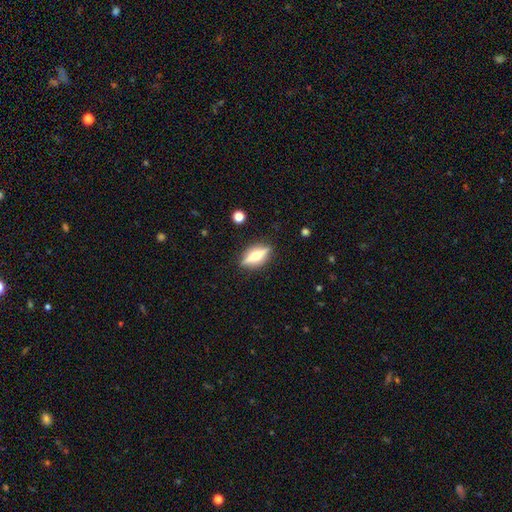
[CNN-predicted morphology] featured or disk 69%, smooth 24%, star or artifact 7%. Down the decision tree: edge-on disk — yes (93%); edge-on bulge — rounded (93%); merging — none (87%).